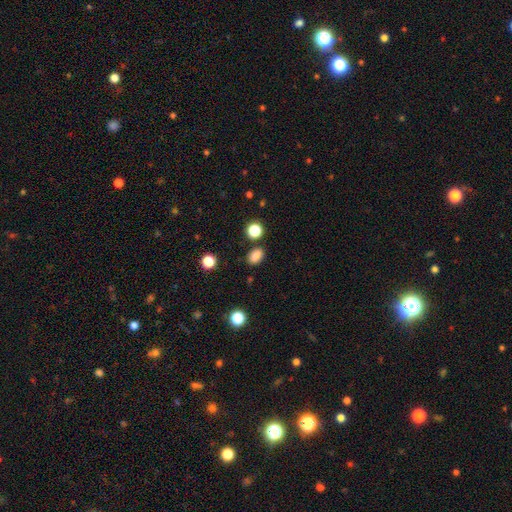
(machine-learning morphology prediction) smooth 83%, star or artifact 12%, featured or disk 4%. Down the decision tree: how rounded — in between (75%); merging — none (82%).